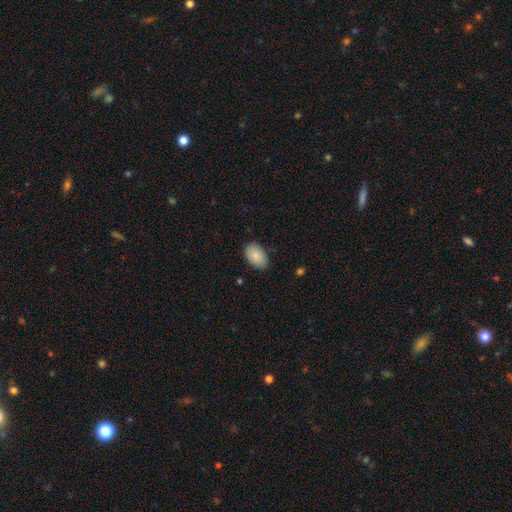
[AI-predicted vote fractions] Smooth or featured?
  - smooth: 87% *
  - featured or disk: 7%
  - star or artifact: 6%
How rounded?
  - in between: 90% *
  - round: 9%
  - cigar-shaped: 1%
Merging?
  - none: 83% *
  - minor disturbance: 13%
  - major disturbance: 2%
  - merger: 1%